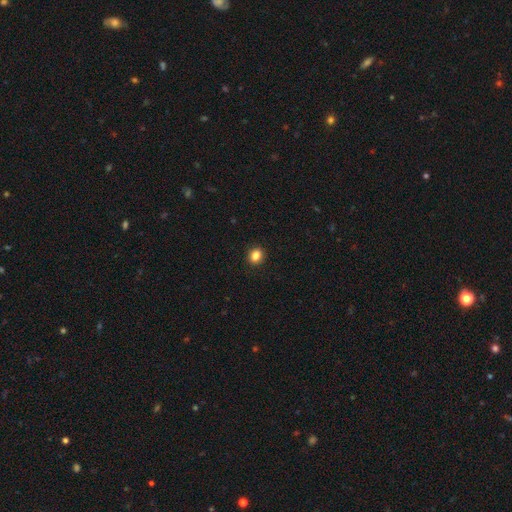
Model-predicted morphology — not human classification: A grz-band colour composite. It shows a smooth galaxy with no disk features (85%) that is round (68%). Merging: none (92%).